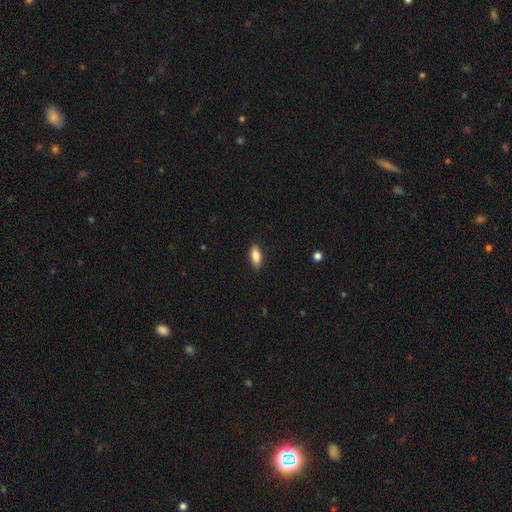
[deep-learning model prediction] A smooth galaxy with no disk features (85%) that is in between round and cigar-shaped (85%). Merging: none (88%).